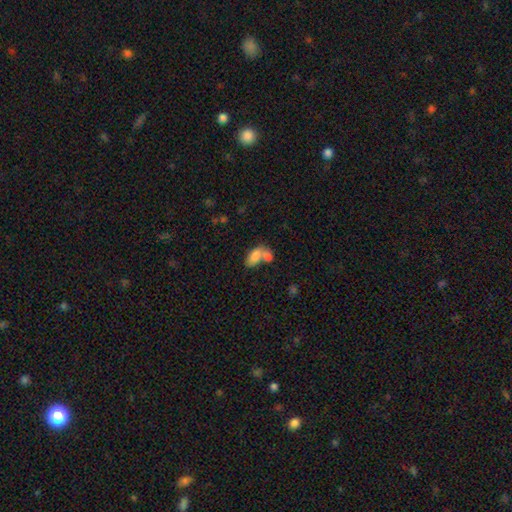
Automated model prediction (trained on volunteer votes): A smooth galaxy with no disk features (76%) that is in between round and cigar-shaped (90%). Merging: merger (66%).